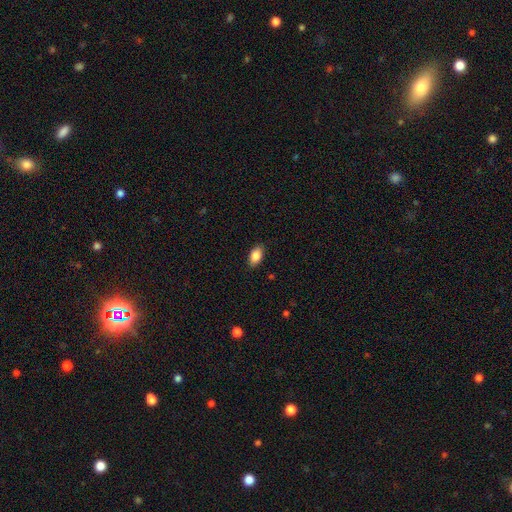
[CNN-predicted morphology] Overall: smooth (86%). How rounded: in between (91%). Merging: none (87%).